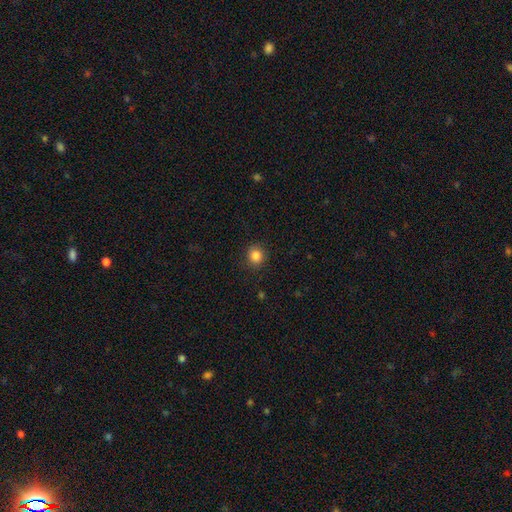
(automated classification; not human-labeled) This is clearly a smooth galaxy (85%). How rounded: clearly round (84%). Merging: clearly none (89%).